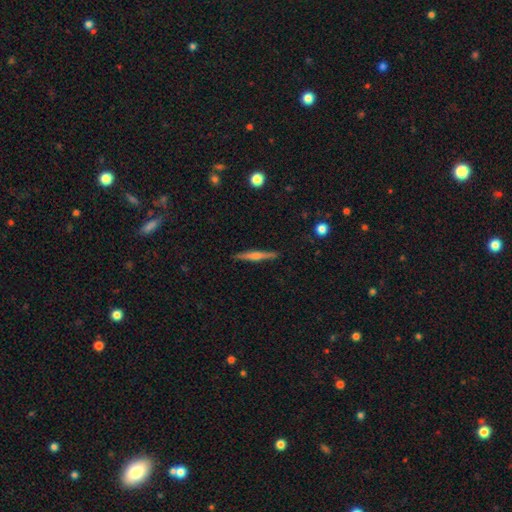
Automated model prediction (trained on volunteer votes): Overall: featured or disk (67%). Edge-on disk: yes (98%). Edge-on bulge: rounded (72%). Merging: none (90%).